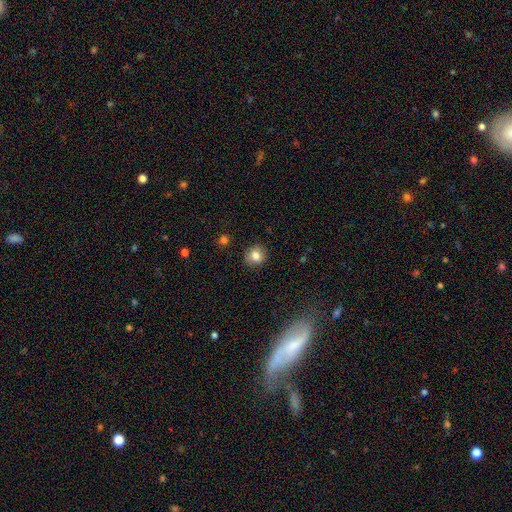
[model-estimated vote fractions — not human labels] The model was most divided on "how rounded": round: 83%, in between: 16%, cigar-shaped: 1%. More confident: merging — none (89%); smooth or featured — smooth (81%).